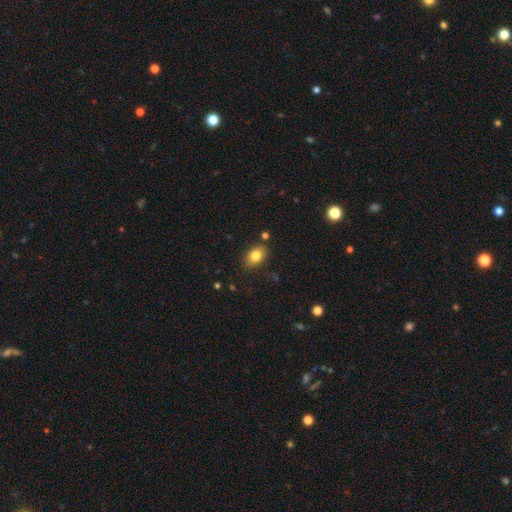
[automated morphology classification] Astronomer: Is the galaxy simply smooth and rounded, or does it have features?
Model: smooth — 82%.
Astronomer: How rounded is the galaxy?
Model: in between — 80%.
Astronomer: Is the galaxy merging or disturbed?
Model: none — 83%.